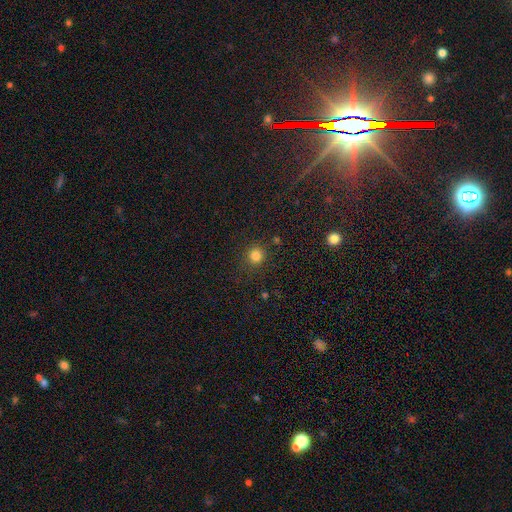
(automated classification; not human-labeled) The model was most divided on "smooth or featured": smooth: 82%, star or artifact: 14%, featured or disk: 4%. More confident: how rounded — round (91%); merging — none (85%).